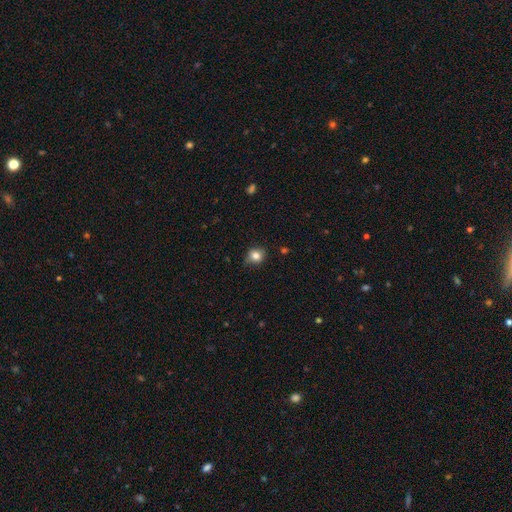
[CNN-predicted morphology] The model was most divided on "merging": none: 76%, minor disturbance: 20%, major disturbance: 3%, merger: 1%. More confident: smooth or featured — smooth (82%); how rounded — round (78%).